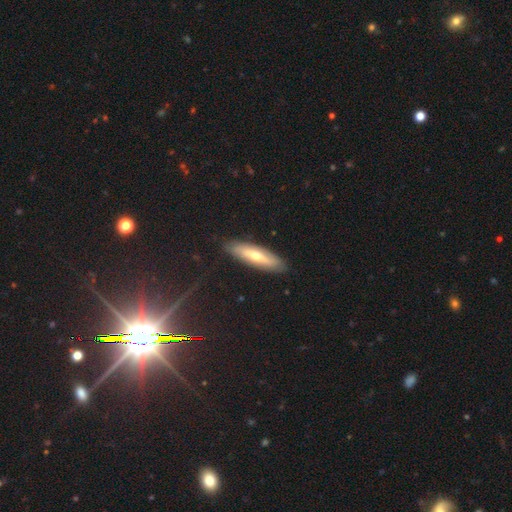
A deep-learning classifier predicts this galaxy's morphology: This is possibly a featured or disk galaxy (47%). Merging: clearly none (88%).